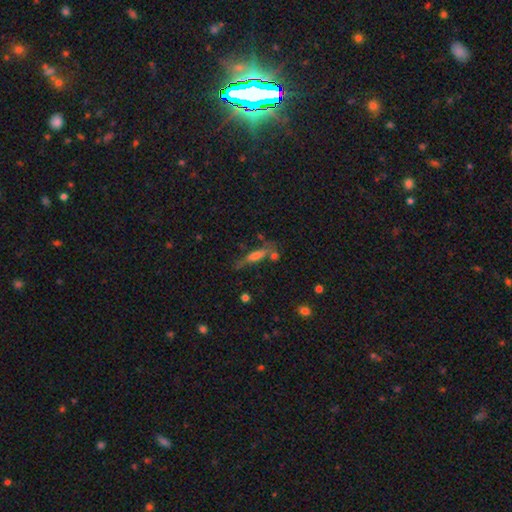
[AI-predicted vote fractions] This is possibly a featured or disk galaxy (49%). Merging: likely none (62%).